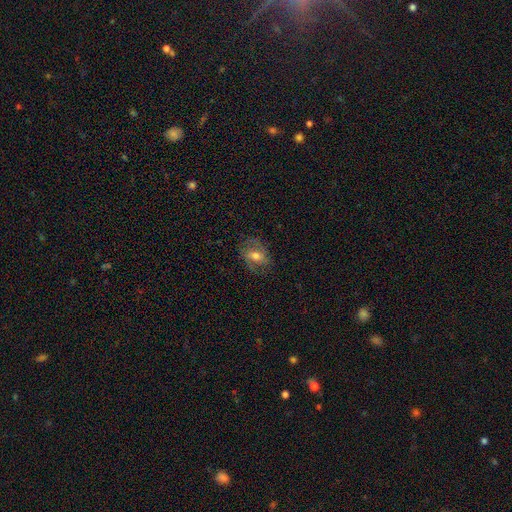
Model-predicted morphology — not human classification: Smooth or featured? Predicted: smooth (p=0.46). Merging? Predicted: none (p=0.70).